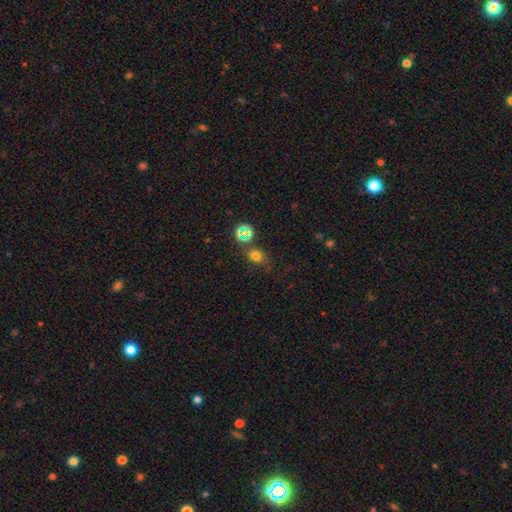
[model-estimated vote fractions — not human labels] Overall: smooth (65%; star or artifact 27%). How rounded: round (57%; in between 42%). Merging: none (66%).